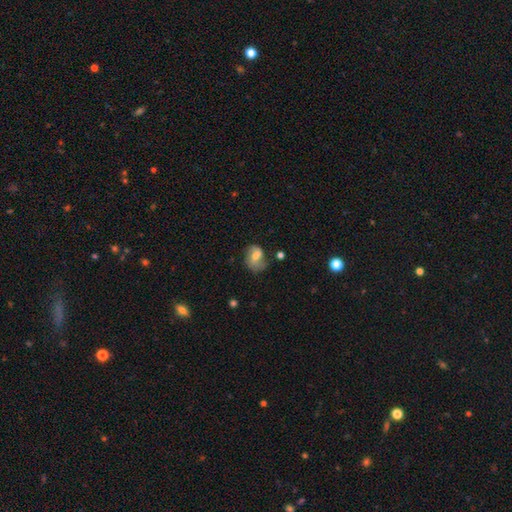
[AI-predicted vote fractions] smooth 50%, featured or disk 41%, star or artifact 9%. Down the decision tree: merging — none (44%).